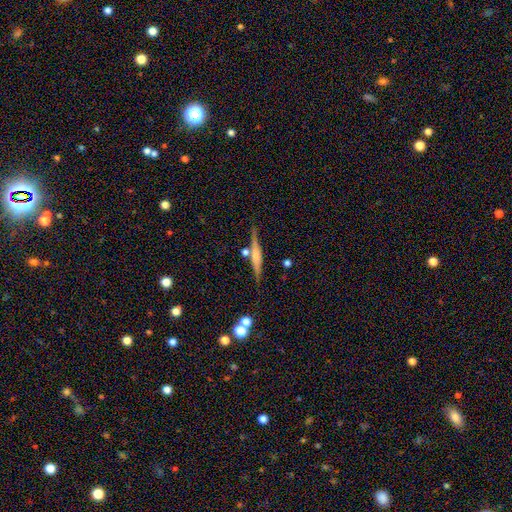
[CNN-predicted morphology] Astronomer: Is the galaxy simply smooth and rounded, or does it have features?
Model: featured or disk — 54% (runner-up: smooth, 39%).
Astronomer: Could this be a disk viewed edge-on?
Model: yes — 95%.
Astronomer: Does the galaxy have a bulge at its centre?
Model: rounded — 55%.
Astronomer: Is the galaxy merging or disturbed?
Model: none — 75%.